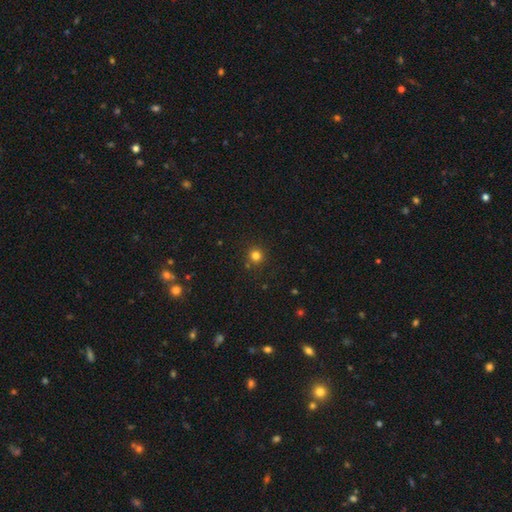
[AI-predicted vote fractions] The model was most divided on "smooth or featured": smooth: 79%, star or artifact: 16%, featured or disk: 5%. More confident: how rounded — round (93%); merging — none (87%).